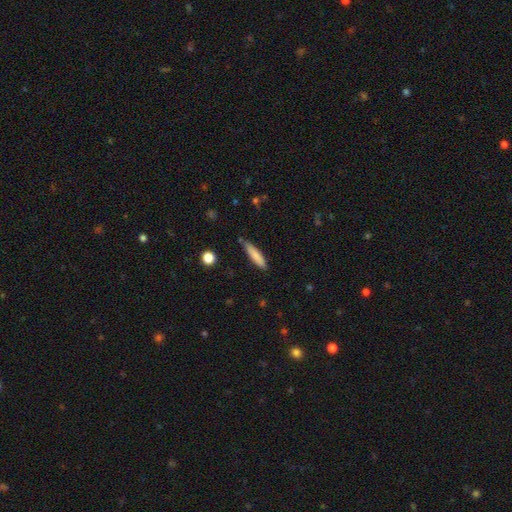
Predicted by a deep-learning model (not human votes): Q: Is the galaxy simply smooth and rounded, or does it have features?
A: smooth — 81%.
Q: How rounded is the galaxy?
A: cigar-shaped — 85%.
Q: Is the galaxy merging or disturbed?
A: none — 79%.